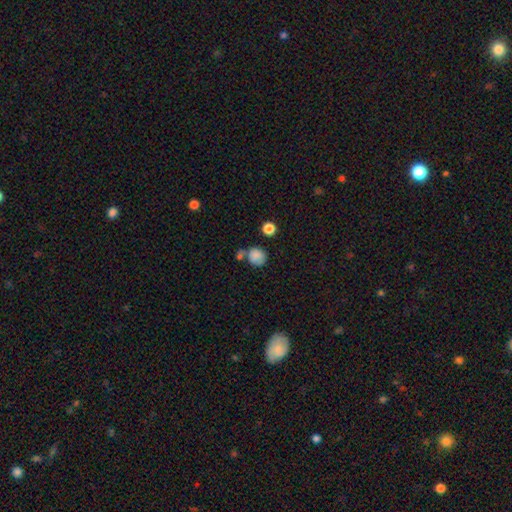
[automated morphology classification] The model was most divided on "merging": none: 49%, merger: 26%, minor disturbance: 17%, major disturbance: 8%. More confident: smooth or featured — smooth (82%); how rounded — round (78%).